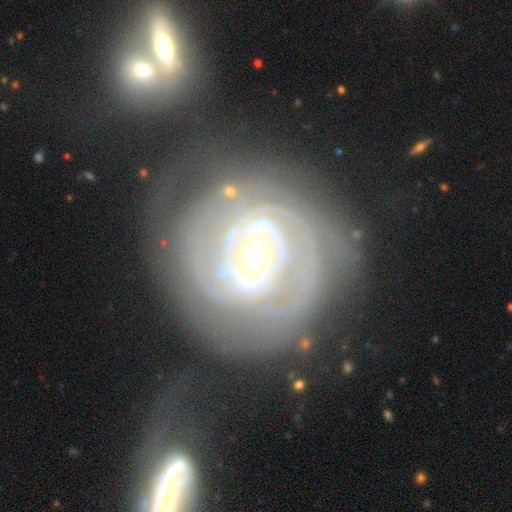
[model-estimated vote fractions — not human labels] A featured or disk galaxy (86%) with no bar (52%), tight (76%) spiral arms (86%) and a moderate central bulge (71%).

Vote fractions:
- Smooth or featured? featured or disk: 86% / smooth: 9% / star or artifact: 5%
- Edge-on disk? no: 97% / yes: 3%
- Bar? no: 52% / weak: 29% / strong: 19%
- Spiral arms? yes: 86% / no: 14%
- Spiral winding? tight: 76% / medium: 18% / loose: 6%
- Spiral arm count? can't tell: 32% / 2: 27% / 3: 15% / 4: 9% / 1: 8% / more than 4: 8%
- Bulge size? moderate: 71% / large: 15% / small: 11% / dominant: 2% / none: 1%
- Merging? none: 71% / minor disturbance: 17% / major disturbance: 10% / merger: 2%